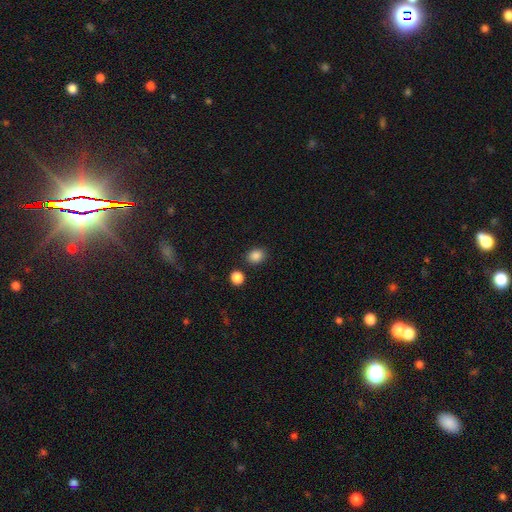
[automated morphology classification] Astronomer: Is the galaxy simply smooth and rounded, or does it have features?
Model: smooth — 86%.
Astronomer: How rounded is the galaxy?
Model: round — 55% (runner-up: in between, 44%).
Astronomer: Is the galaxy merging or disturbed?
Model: none — 84%.